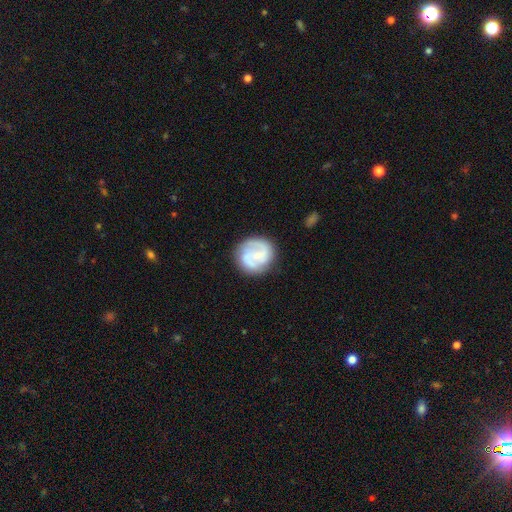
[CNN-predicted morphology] A featured or disk galaxy (72%) with no bar (46%), 2 (67%) medium (45%) spiral arms (91%) and a small central bulge (44%). Merging: none (76%).